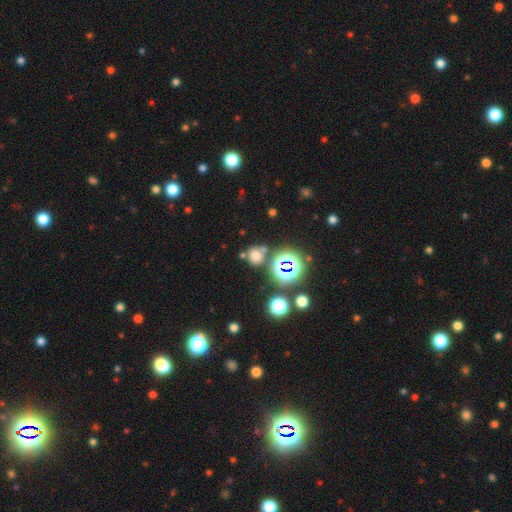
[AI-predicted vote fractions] Q: Smooth or featured?
A: smooth (61%); runner-up: star or artifact (30%)
Q: How rounded?
A: round (87%); runner-up: in between (12%)
Q: Merging?
A: none (70%); runner-up: merger (15%)